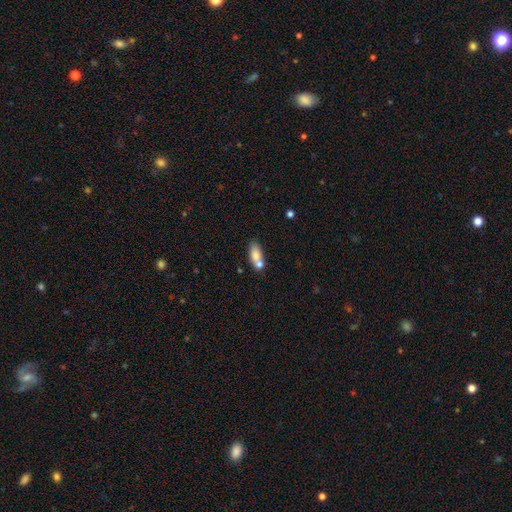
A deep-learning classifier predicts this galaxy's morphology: Smooth or featured? Predicted: smooth (p=0.75). How rounded? Predicted: in between (p=0.77). Merging? Predicted: none (p=0.43).